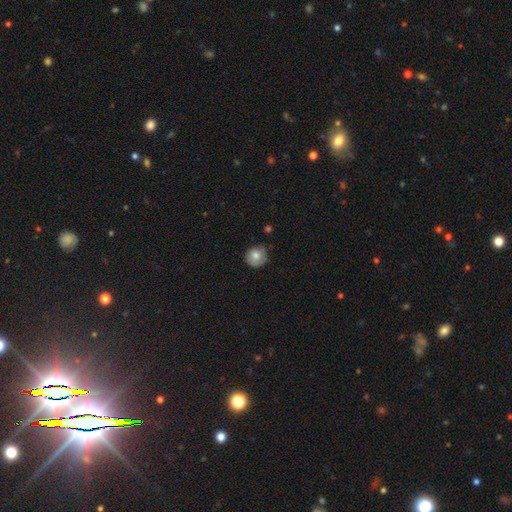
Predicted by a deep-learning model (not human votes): This appears to be a smooth galaxy with no disk features (72%) that is round (89%). Merging: none (70%).